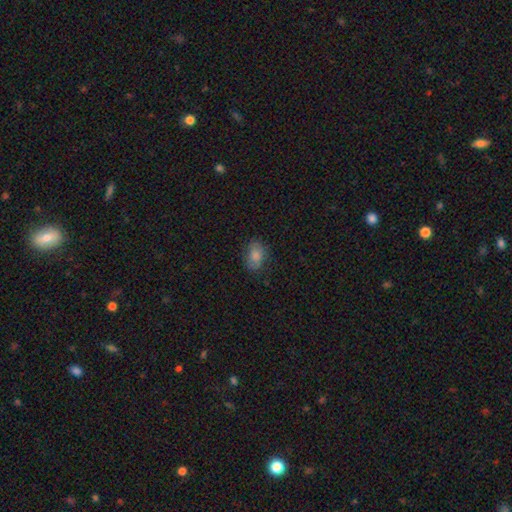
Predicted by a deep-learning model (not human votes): smooth_or_featured: smooth (p=0.81) [alt: featured or disk p=0.10]
how_rounded: in between (p=0.78) [alt: round p=0.20]
merging: none (p=0.76) [alt: minor disturbance p=0.18]